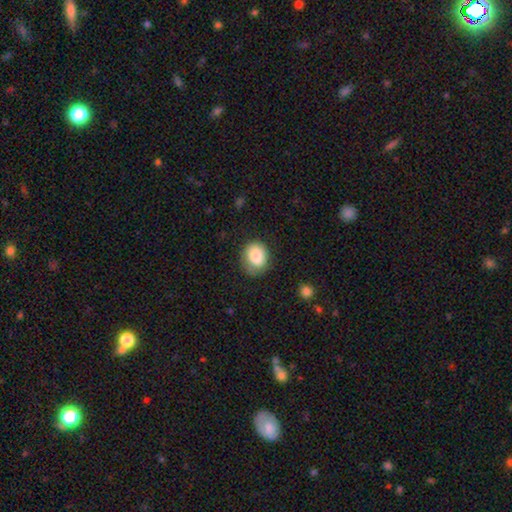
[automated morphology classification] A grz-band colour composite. It shows a smooth galaxy with no disk features (83%) that is round (52%). Merging: none (67%).